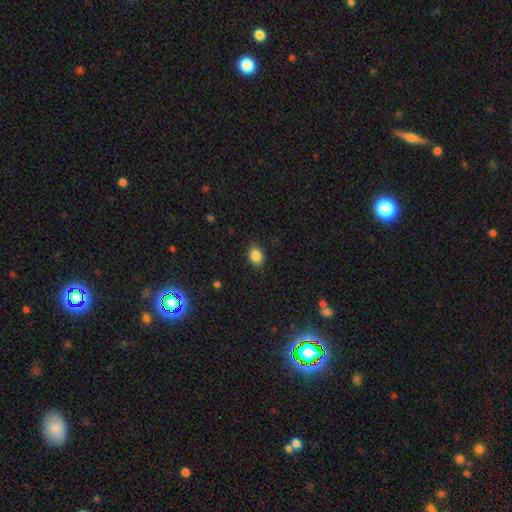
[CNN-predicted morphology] smooth-or-featured: smooth: 86% | star or artifact: 10% | featured or disk: 5%
  how-rounded: in between: 69% | round: 30% | cigar-shaped: 1%
  merging: none: 83% | minor disturbance: 13% | major disturbance: 3% | merger: 1%